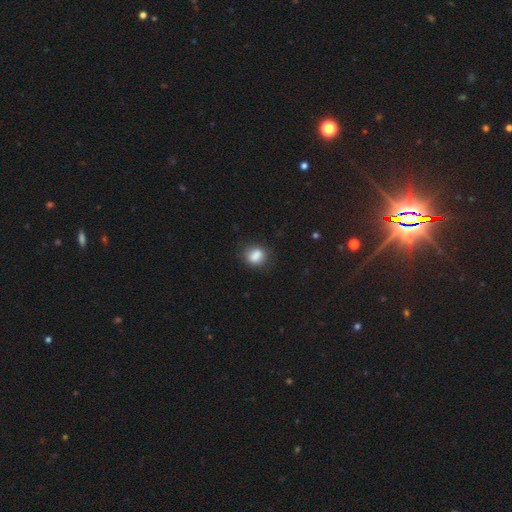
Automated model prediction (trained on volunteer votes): Morphology: type=smooth (84%); roundness=round (56%); merging=none (74%).